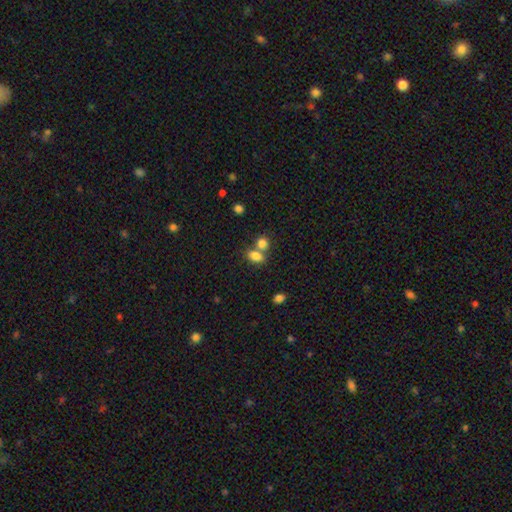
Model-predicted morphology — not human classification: smooth_or_featured: smooth (p=0.81) [alt: star or artifact p=0.11]
how_rounded: in between (p=0.75) [alt: round p=0.23]
merging: merger (p=0.44) [alt: none p=0.43]